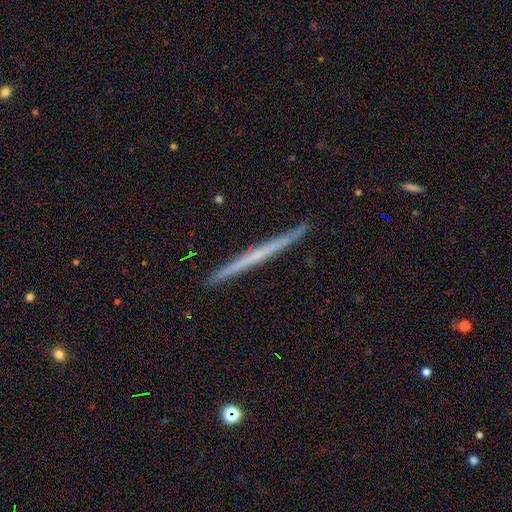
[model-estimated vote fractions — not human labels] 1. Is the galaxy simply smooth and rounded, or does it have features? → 59% featured or disk, 35% smooth, 7% star or artifact.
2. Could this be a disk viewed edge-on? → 98% yes, 2% no.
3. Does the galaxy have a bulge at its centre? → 84% none, 13% rounded, 4% boxy.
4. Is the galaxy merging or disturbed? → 92% none, 5% minor disturbance, 1% major disturbance, 1% merger.